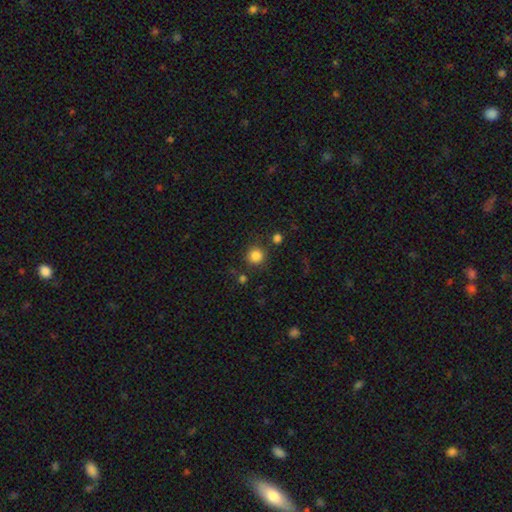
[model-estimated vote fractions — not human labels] Overall: smooth (84%). How rounded: round (94%). Merging: none (84%).